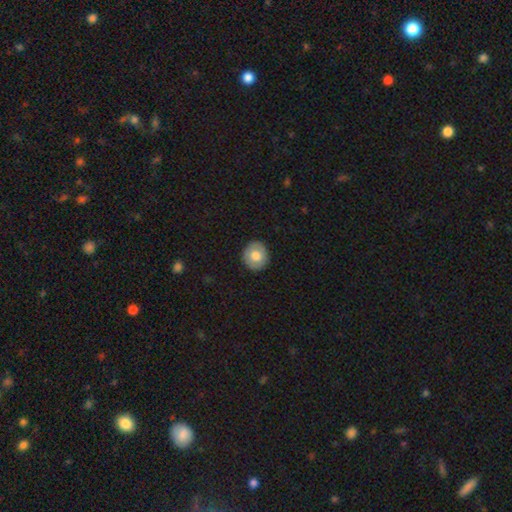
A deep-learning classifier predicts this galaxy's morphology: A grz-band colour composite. It shows a smooth galaxy with no disk features (71%) that is round (83%). Merging: none (89%).